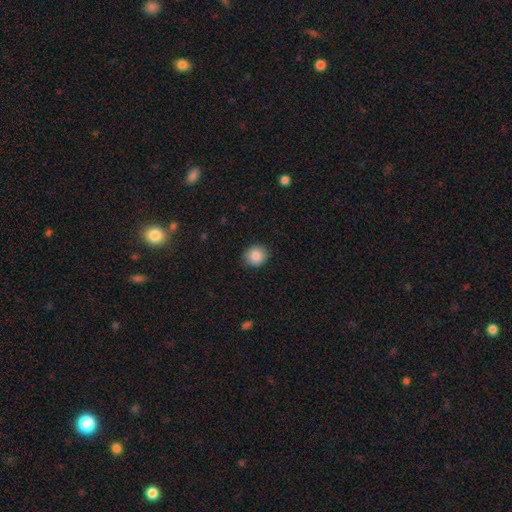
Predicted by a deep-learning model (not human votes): A smooth galaxy with no disk features (87%) that is round (83%). Merging: none (89%).